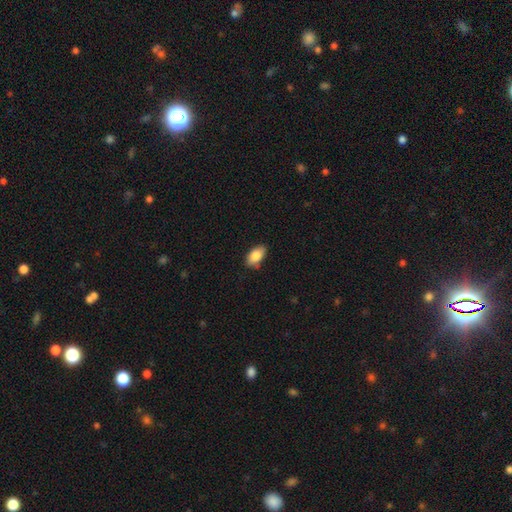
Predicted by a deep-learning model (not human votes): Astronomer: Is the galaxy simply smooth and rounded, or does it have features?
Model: smooth — 86%.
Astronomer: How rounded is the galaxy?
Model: in between — 93%.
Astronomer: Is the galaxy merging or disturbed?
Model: none — 80%.